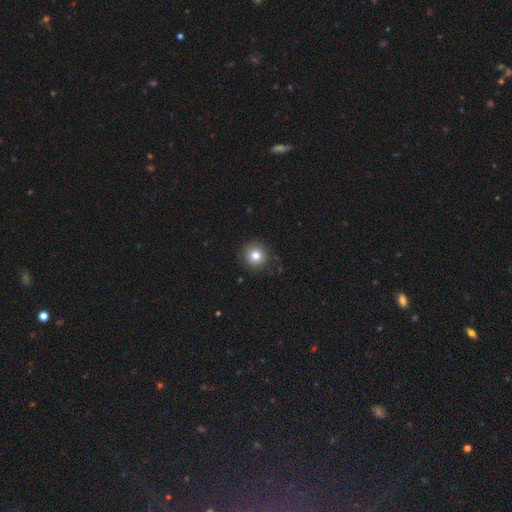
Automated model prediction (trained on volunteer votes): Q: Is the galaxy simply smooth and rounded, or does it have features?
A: smooth — 80%.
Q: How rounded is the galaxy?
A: round — 94%.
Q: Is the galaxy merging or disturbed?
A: none — 90%.